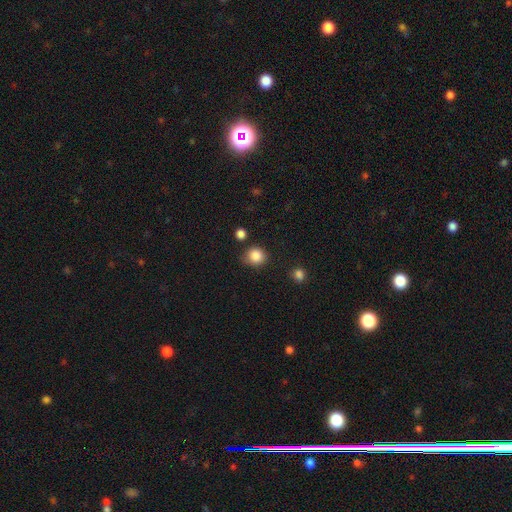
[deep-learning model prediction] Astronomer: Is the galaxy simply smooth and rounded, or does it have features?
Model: smooth — 86%.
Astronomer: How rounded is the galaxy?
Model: round — 85%.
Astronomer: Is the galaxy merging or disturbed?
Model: none — 73%.